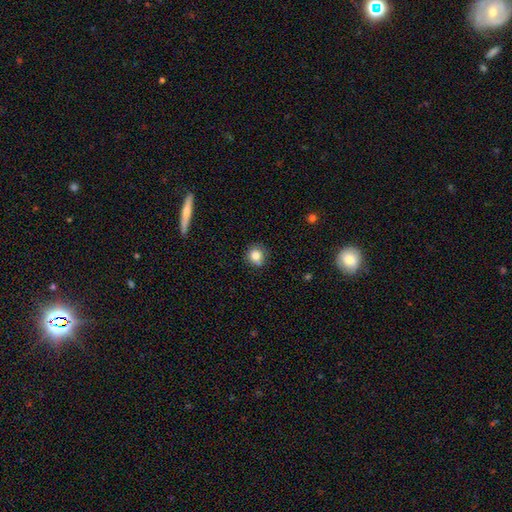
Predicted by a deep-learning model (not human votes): The model was most divided on "merging": none: 78%, minor disturbance: 14%, merger: 5%, major disturbance: 3%. More confident: how rounded — round (89%); smooth or featured — smooth (82%).